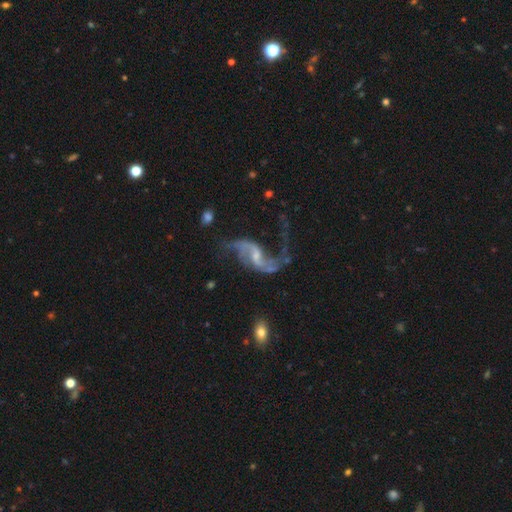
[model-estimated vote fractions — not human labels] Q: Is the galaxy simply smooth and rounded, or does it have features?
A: featured or disk — 89%.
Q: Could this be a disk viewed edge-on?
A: no — 97%.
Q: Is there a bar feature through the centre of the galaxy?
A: weak — 49%.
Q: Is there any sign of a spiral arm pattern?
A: yes — 95%.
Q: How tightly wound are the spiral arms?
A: loose — 82%.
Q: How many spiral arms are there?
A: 2 — 90%.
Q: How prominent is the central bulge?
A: small — 55%.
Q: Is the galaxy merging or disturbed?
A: none — 50%.